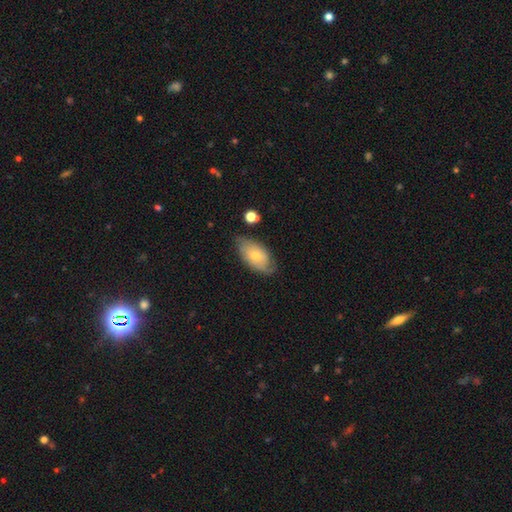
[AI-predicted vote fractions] A smooth galaxy with no disk features (54%) that is in between round and cigar-shaped (92%).

Vote fractions:
- Smooth or featured? smooth: 54% / featured or disk: 39% / star or artifact: 7%
- How rounded? in between: 92% / round: 5% / cigar-shaped: 3%
- Merging? none: 65% / minor disturbance: 26% / major disturbance: 7% / merger: 3%